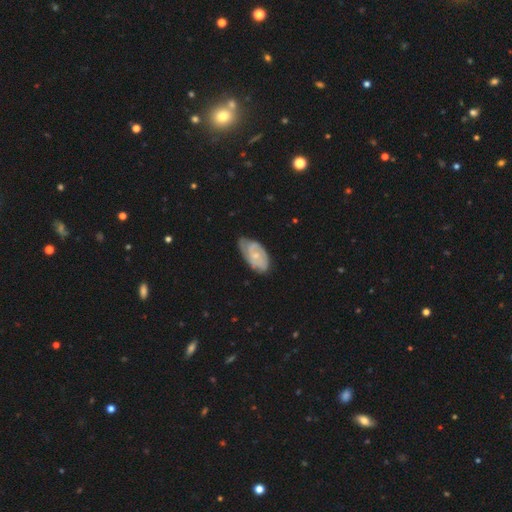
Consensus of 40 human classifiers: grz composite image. It shows a featured or disk galaxy (72%) with a weak bar (48%, tied with no), 2 (48%) tight (48%, tied with medium) spiral arms (93%) and a small central bulge (66%). Merging: none (72%).